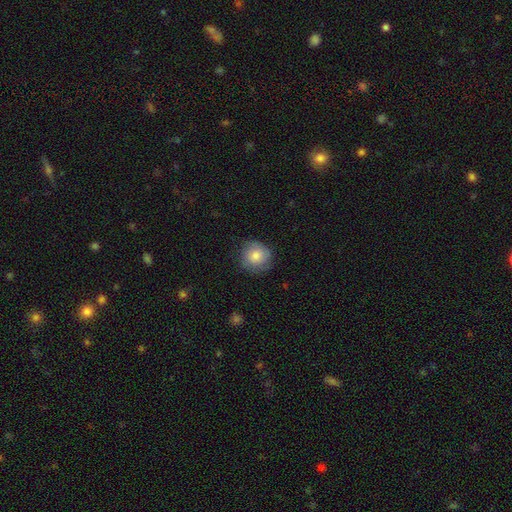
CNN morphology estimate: Overall: smooth (78%). How rounded: round (90%). Merging: none (78%).